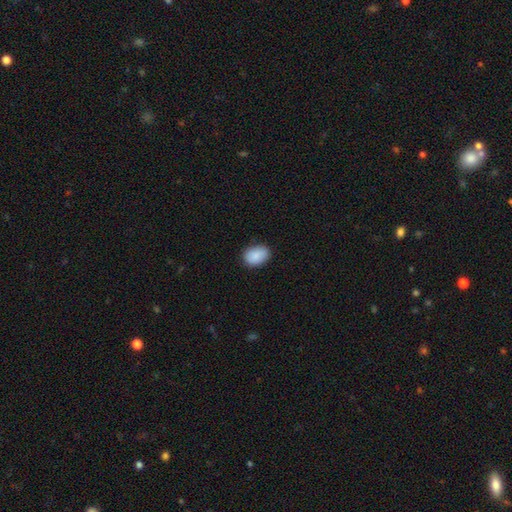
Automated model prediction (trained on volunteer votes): smooth_or_featured: smooth (p=0.89) [alt: star or artifact p=0.07]
how_rounded: in between (p=0.77) [alt: round p=0.22]
merging: none (p=0.83) [alt: minor disturbance p=0.14]